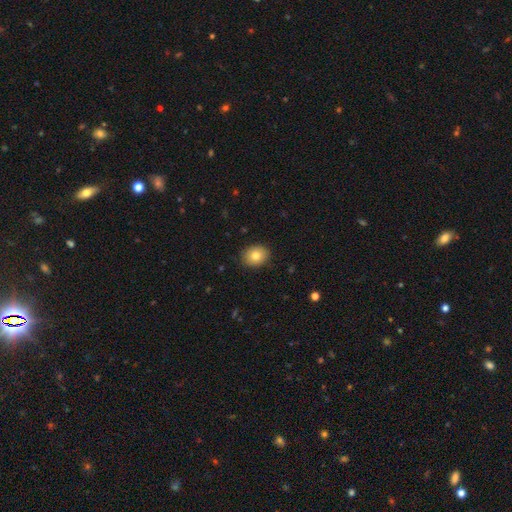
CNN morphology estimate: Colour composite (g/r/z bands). It shows a smooth galaxy with no disk features (80%) that is round (53%). Merging: none (90%).